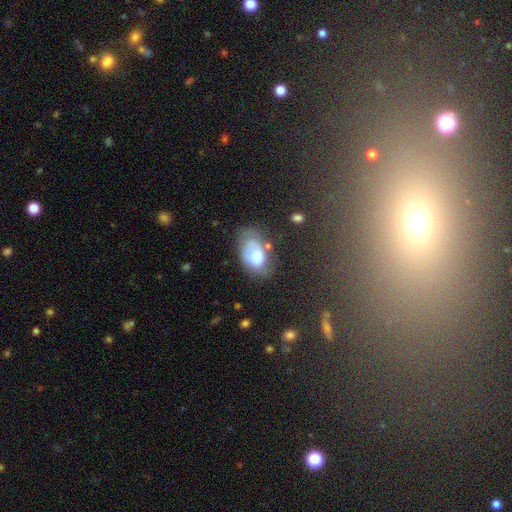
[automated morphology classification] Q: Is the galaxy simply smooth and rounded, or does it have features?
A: smooth — 65%.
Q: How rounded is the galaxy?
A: in between — 91%.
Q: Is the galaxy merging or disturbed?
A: none — 44%.